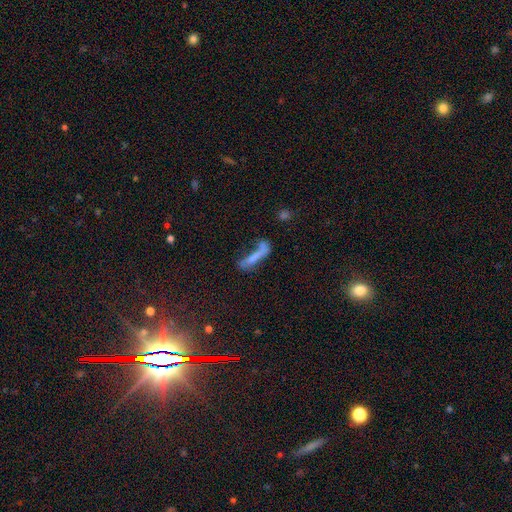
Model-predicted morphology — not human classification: A smooth galaxy with no disk features (58%) that is cigar-shaped (81%).

Vote fractions:
- Smooth or featured? smooth: 58% / featured or disk: 28% / star or artifact: 15%
- How rounded? cigar-shaped: 81% / in between: 16% / round: 3%
- Merging? none: 34% / merger: 27% / major disturbance: 21% / minor disturbance: 18%